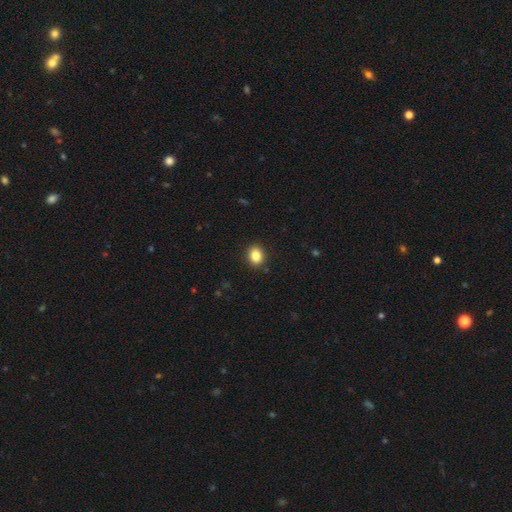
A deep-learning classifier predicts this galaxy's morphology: Smooth or featured? smooth (86%)
How rounded? round (51%)
Merging? none (89%)